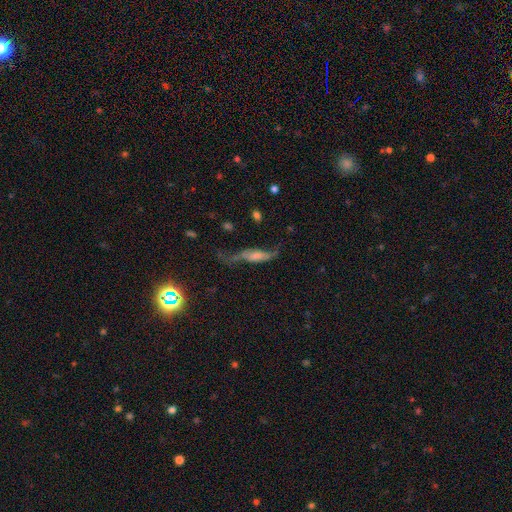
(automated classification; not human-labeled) The model was most divided on "merging": none: 35%, major disturbance: 34%, minor disturbance: 26%, merger: 6%. More confident: edge-on disk — no (55%); smooth or featured — featured or disk (54%).